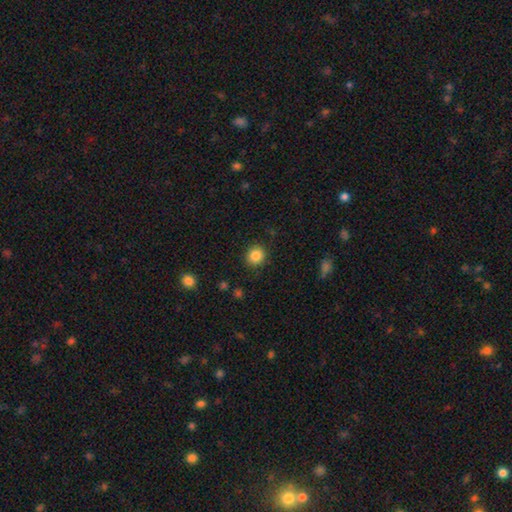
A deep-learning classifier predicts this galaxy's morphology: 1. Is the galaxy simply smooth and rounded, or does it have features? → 85% smooth, 10% star or artifact, 5% featured or disk.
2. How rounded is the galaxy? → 87% round, 12% in between, 1% cigar-shaped.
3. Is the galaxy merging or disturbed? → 89% none, 8% minor disturbance, 3% major disturbance, 1% merger.